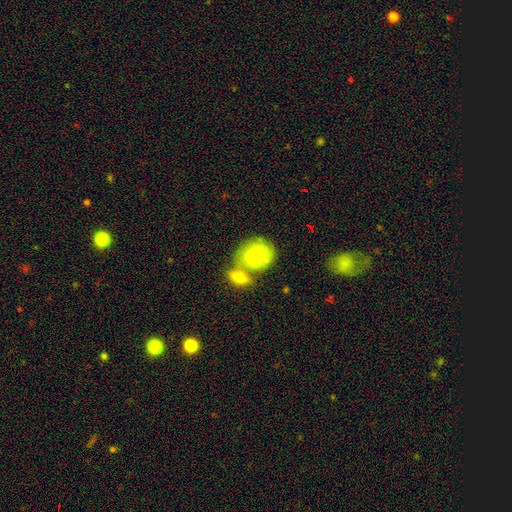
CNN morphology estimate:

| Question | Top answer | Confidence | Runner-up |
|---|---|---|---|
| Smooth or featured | smooth | 64% | featured or disk (29%) |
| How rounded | round | 70% | in between (29%) |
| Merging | none | 44% | merger (35%) |